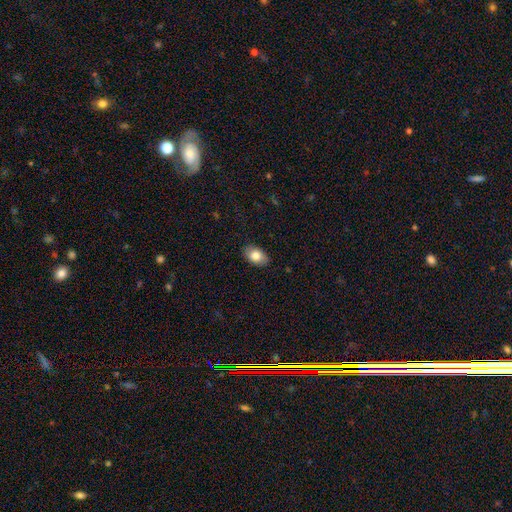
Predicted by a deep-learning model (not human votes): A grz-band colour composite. It shows a smooth galaxy with no disk features (81%) that is in between round and cigar-shaped (89%). Merging: none (86%).